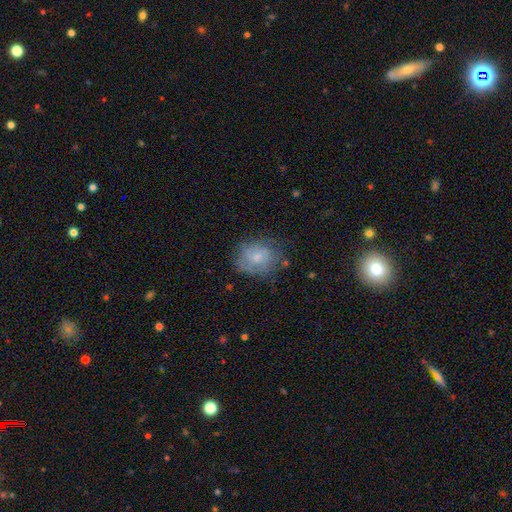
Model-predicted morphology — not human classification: smooth_or_featured: smooth (p=0.50) [alt: featured or disk p=0.40]
merging: none (p=0.64) [alt: minor disturbance p=0.24]